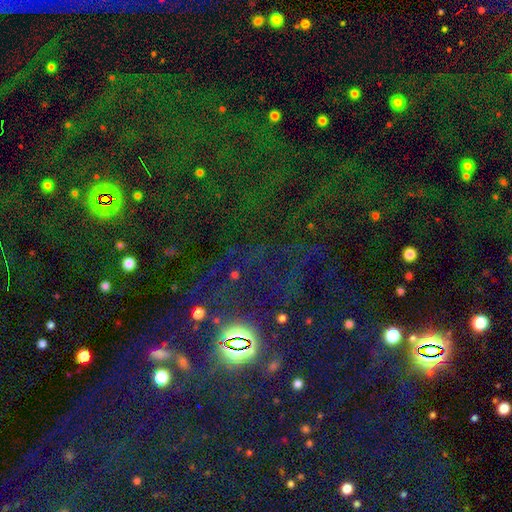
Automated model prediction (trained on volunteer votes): Morphology: type=star or artifact (79%).